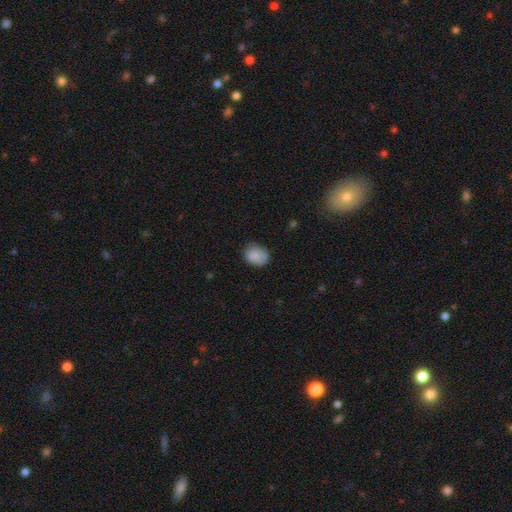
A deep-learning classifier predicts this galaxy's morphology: A smooth galaxy with no disk features (85%) that is in between round and cigar-shaped (54%).

Vote fractions:
- Smooth or featured? smooth: 85% / star or artifact: 8% / featured or disk: 7%
- How rounded? in between: 54% / round: 45% / cigar-shaped: 1%
- Merging? none: 68% / minor disturbance: 25% / major disturbance: 6% / merger: 1%